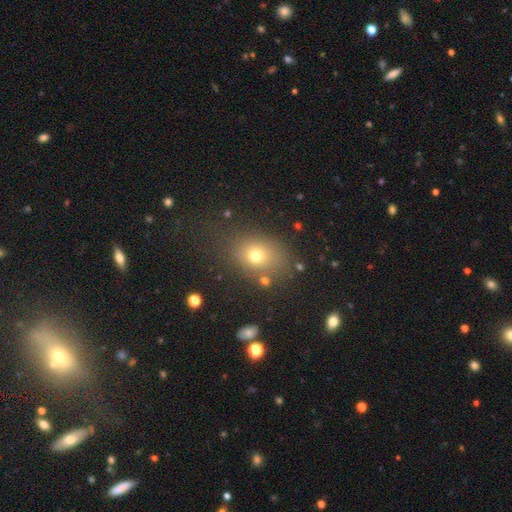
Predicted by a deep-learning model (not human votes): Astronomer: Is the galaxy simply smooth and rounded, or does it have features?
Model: smooth — 71%.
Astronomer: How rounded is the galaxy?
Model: in between — 53% (runner-up: round, 45%).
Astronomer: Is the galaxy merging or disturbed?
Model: none — 73%.